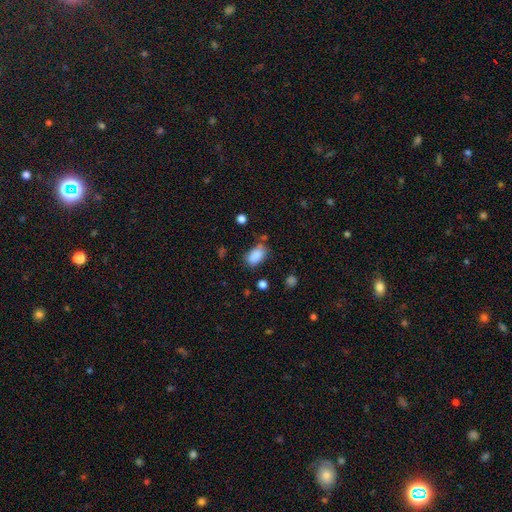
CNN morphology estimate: A smooth galaxy with no disk features (86%) that is in between round and cigar-shaped (91%). Merging: none (66%).